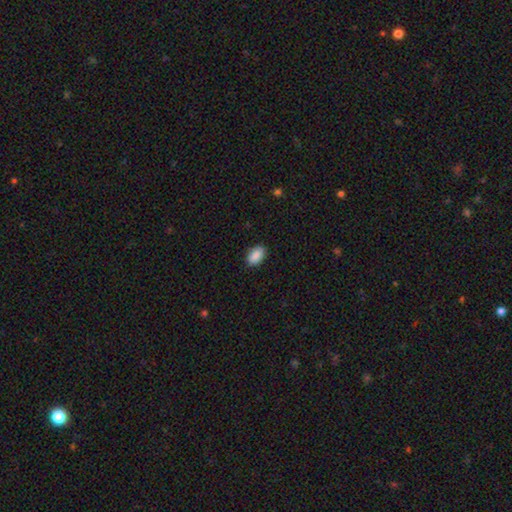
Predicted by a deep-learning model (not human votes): The model was most divided on "merging": none: 87%, minor disturbance: 10%, major disturbance: 2%, merger: 1%. More confident: how rounded — in between (93%); smooth or featured — smooth (90%).